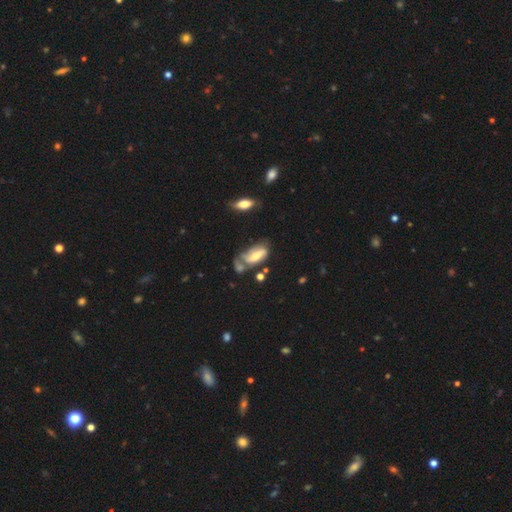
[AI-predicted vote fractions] Smooth or featured? featured or disk (54%)
Edge-on disk? no (87%)
Merging? none (34%)